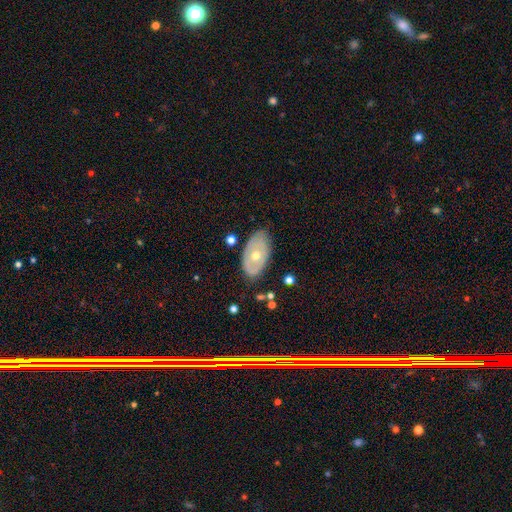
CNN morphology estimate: A featured or disk galaxy (57%) with no bar (90%), no spiral arms (81%) and a moderate central bulge (65%).

Vote fractions:
- Smooth or featured? featured or disk: 57% / smooth: 37% / star or artifact: 6%
- Edge-on disk? no: 88% / yes: 12%
- Bar? no: 90% / weak: 8% / strong: 3%
- Spiral arms? no: 81% / yes: 19%
- Bulge size? moderate: 65% / small: 31% / large: 2% / none: 1% / dominant: 1%
- Merging? none: 76% / minor disturbance: 18% / major disturbance: 4% / merger: 2%